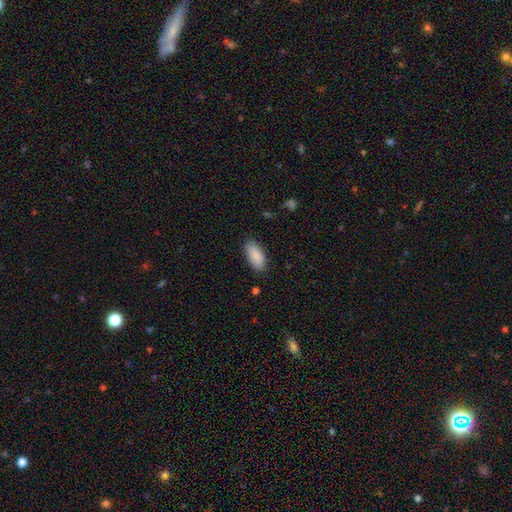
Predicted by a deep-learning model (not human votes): smooth 89%, star or artifact 6%, featured or disk 5%. Down the decision tree: how rounded — in between (90%); merging — none (85%).